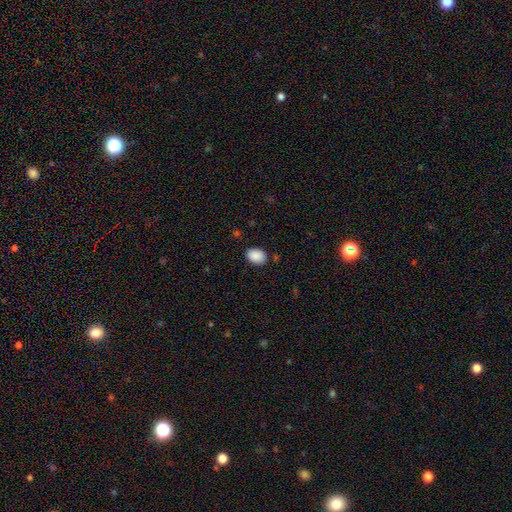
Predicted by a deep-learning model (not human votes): Smooth or featured? Predicted: smooth (p=0.89). How rounded? Predicted: in between (p=0.71). Merging? Predicted: none (p=0.84).